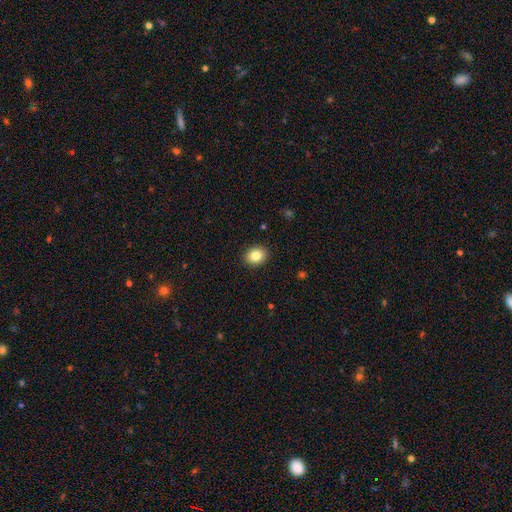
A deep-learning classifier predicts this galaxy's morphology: smooth 84%, star or artifact 9%, featured or disk 7%. Down the decision tree: how rounded — round (59%); merging — none (91%).